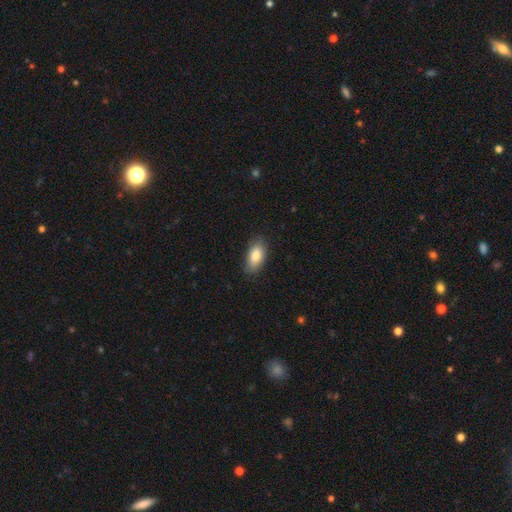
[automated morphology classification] The model was most divided on "merging": none: 84%, minor disturbance: 12%, major disturbance: 2%, merger: 1%. More confident: how rounded — in between (90%); smooth or featured — smooth (84%).